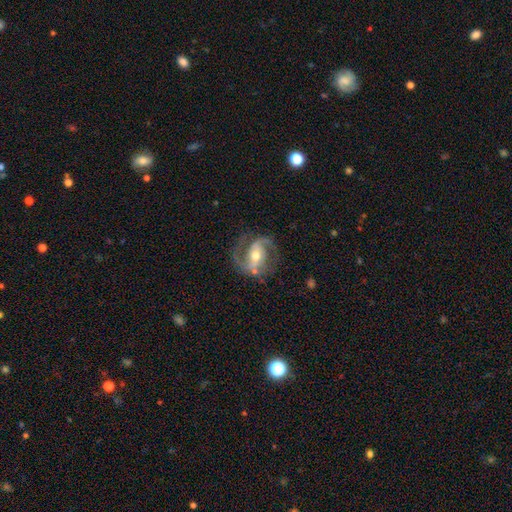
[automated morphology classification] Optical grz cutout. It shows a featured or disk galaxy (89%) with a weak bar (39%), 2 (91%) medium (58%) spiral arms (97%) and a moderate central bulge (68%). Merging: none (76%).